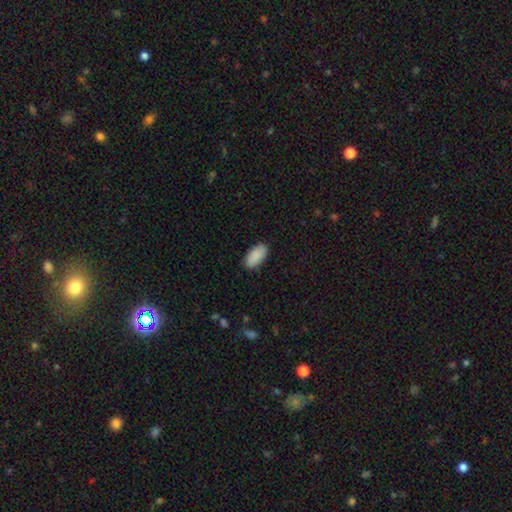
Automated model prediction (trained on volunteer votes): This appears to be a smooth galaxy with no disk features (90%) that is in between round and cigar-shaped (94%). Merging: none (87%).